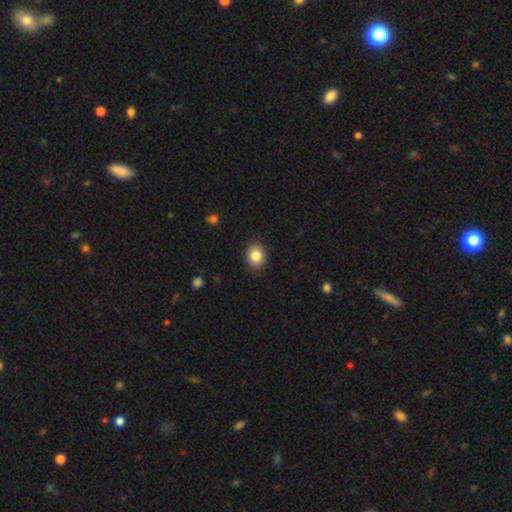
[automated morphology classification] This is clearly a smooth galaxy (84%). How rounded: possibly in between (57%). Merging: clearly none (88%).